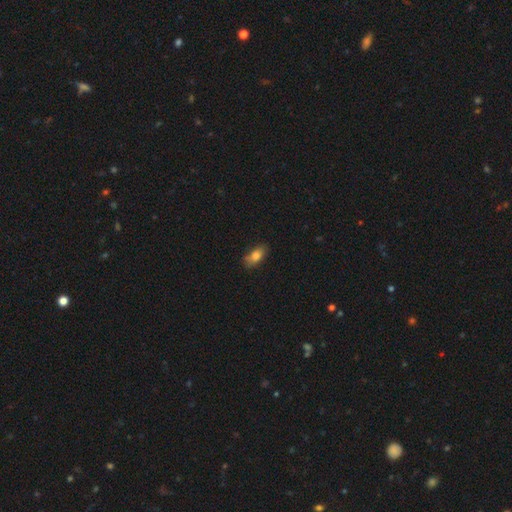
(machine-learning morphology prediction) smooth_or_featured: smooth (p=0.81) [alt: featured or disk p=0.10]
how_rounded: in between (p=0.87) [alt: cigar-shaped p=0.08]
merging: none (p=0.76) [alt: minor disturbance p=0.19]